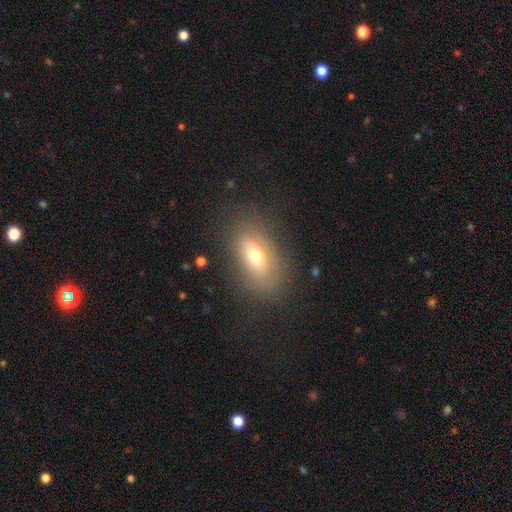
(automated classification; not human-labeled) Smooth or featured? Predicted: smooth (p=0.62). How rounded? Predicted: in between (p=0.82). Merging? Predicted: none (p=0.78).